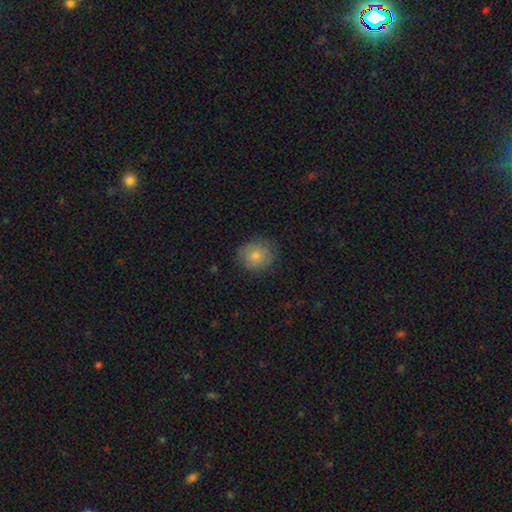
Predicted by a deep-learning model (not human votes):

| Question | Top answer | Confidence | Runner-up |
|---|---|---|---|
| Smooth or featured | smooth | 74% | featured or disk (16%) |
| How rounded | round | 83% | in between (16%) |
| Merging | none | 83% | minor disturbance (13%) |